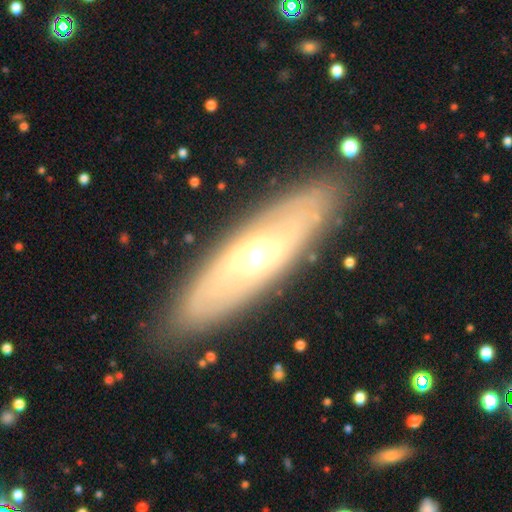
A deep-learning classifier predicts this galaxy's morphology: Smooth or featured?
  - featured or disk: 59% *
  - smooth: 33%
  - star or artifact: 7%
Edge-on disk?
  - no: 60% *
  - yes: 40%
Merging?
  - none: 86% *
  - minor disturbance: 9%
  - major disturbance: 3%
  - merger: 2%